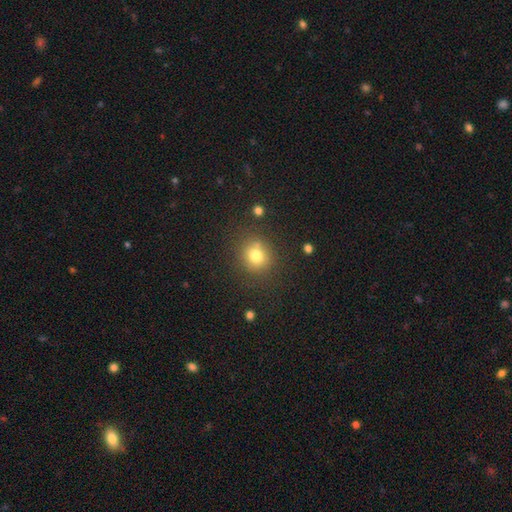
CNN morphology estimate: Q: Smooth or featured?
A: smooth (77%); runner-up: star or artifact (14%)
Q: How rounded?
A: round (83%); runner-up: in between (16%)
Q: Merging?
A: none (76%); runner-up: minor disturbance (12%)